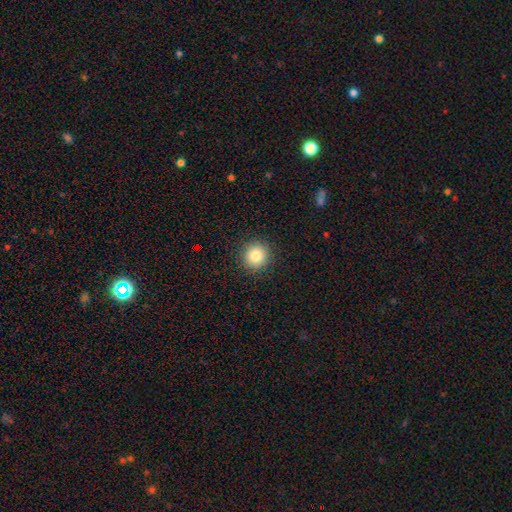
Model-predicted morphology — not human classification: This is clearly a smooth galaxy (83%). How rounded: clearly round (92%). Merging: clearly none (91%).